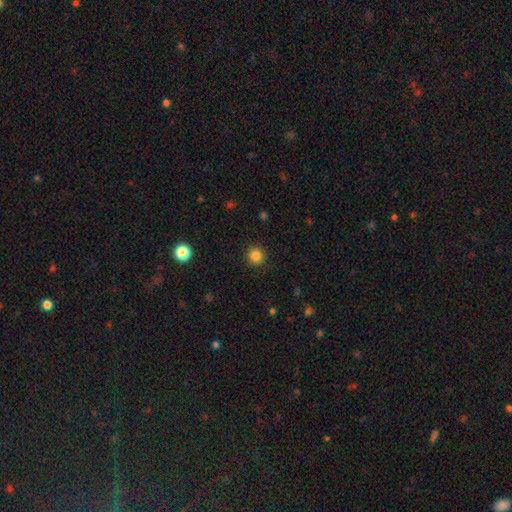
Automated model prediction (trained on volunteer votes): Overall: smooth (84%). How rounded: round (93%). Merging: none (91%).